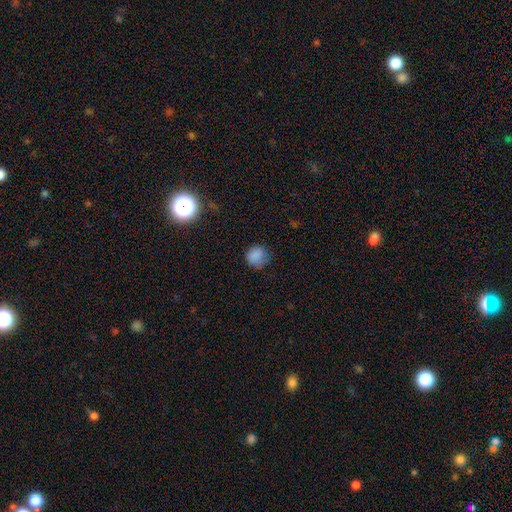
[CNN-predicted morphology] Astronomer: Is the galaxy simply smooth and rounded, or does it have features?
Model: smooth — 82%.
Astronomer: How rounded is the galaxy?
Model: round — 83%.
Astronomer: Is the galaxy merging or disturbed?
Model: none — 69%.